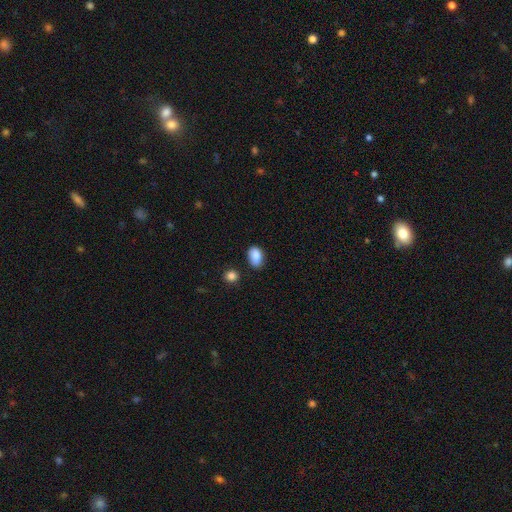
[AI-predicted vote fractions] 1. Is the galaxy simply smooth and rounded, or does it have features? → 86% smooth, 8% star or artifact, 6% featured or disk.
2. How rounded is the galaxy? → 85% in between, 13% round, 1% cigar-shaped.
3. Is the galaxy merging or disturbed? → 73% none, 20% minor disturbance, 4% major disturbance, 4% merger.